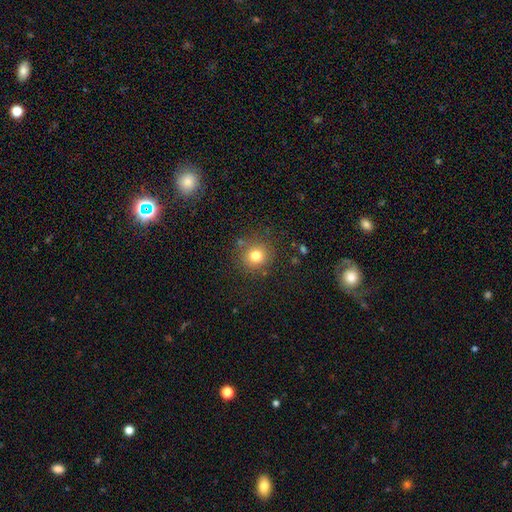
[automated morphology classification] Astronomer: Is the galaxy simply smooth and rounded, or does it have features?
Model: smooth — 77%.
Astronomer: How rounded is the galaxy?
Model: round — 90%.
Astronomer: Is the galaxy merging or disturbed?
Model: none — 84%.